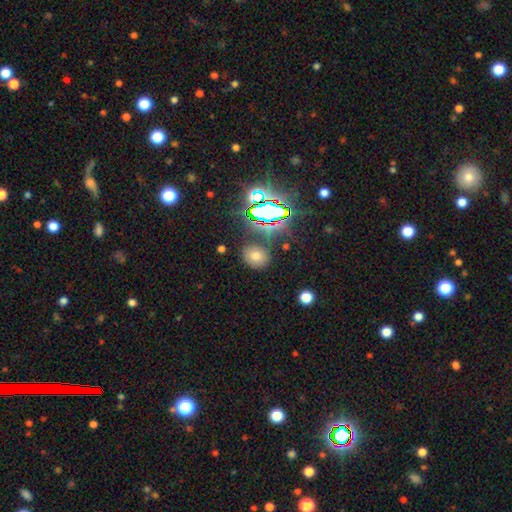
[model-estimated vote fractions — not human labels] Q: Smooth or featured?
A: smooth (58%); runner-up: star or artifact (31%)
Q: How rounded?
A: round (52%); runner-up: in between (47%)
Q: Merging?
A: none (82%); runner-up: minor disturbance (11%)